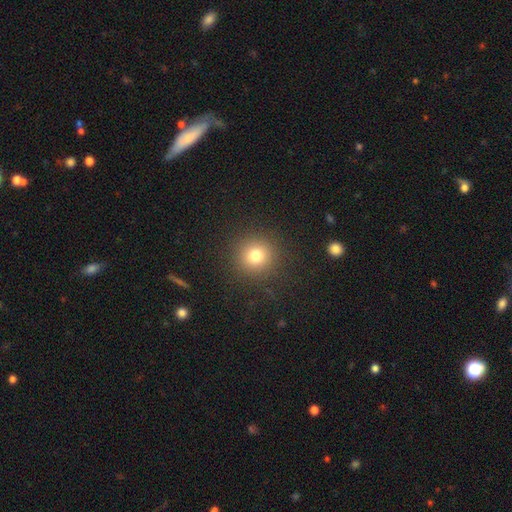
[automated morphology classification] The model was most divided on "smooth or featured": smooth: 78%, star or artifact: 15%, featured or disk: 8%. More confident: how rounded — round (93%); merging — none (90%).